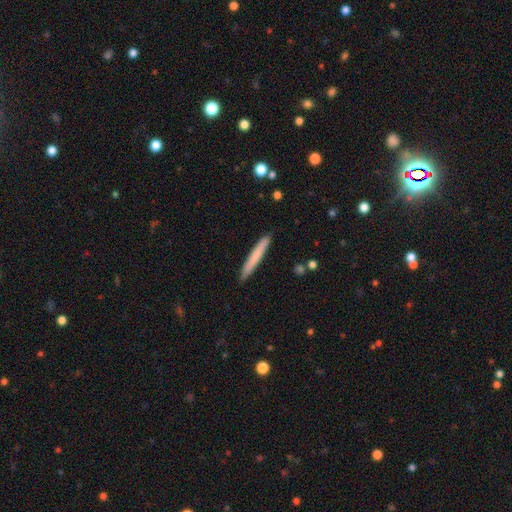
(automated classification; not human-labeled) A smooth galaxy with no disk features (72%) that is cigar-shaped (96%).

Vote fractions:
- Smooth or featured? smooth: 72% / featured or disk: 23% / star or artifact: 6%
- How rounded? cigar-shaped: 96% / in between: 2% / round: 1%
- Merging? none: 90% / minor disturbance: 7% / major disturbance: 1% / merger: 1%